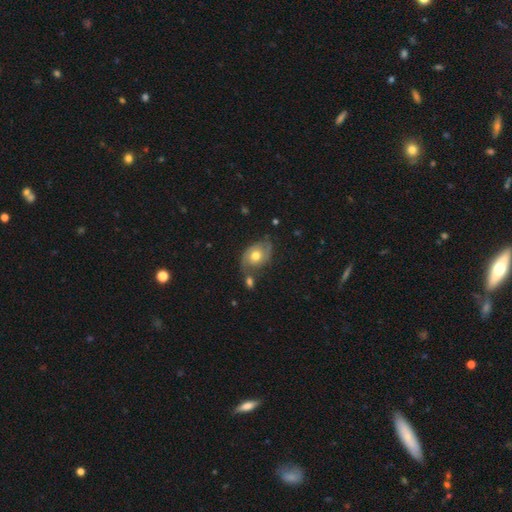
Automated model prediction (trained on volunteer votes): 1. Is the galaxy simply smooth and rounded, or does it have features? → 57% featured or disk, 35% smooth, 8% star or artifact.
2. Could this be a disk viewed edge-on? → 95% no, 5% yes.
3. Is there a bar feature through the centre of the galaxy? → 80% no, 17% weak, 3% strong.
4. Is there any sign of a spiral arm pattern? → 77% yes, 23% no.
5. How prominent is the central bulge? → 75% moderate, 11% large, 11% small, 1% dominant, 1% none.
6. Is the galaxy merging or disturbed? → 51% none, 21% minor disturbance, 17% merger, 10% major disturbance.